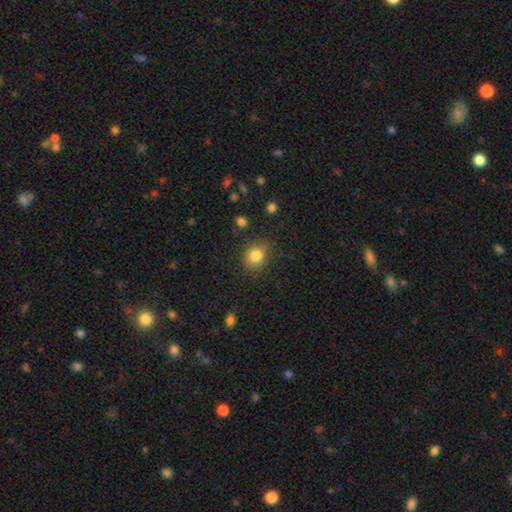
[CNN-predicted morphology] Q: Smooth or featured?
A: smooth (83%); runner-up: star or artifact (11%)
Q: How rounded?
A: round (71%); runner-up: in between (28%)
Q: Merging?
A: none (77%); runner-up: minor disturbance (16%)